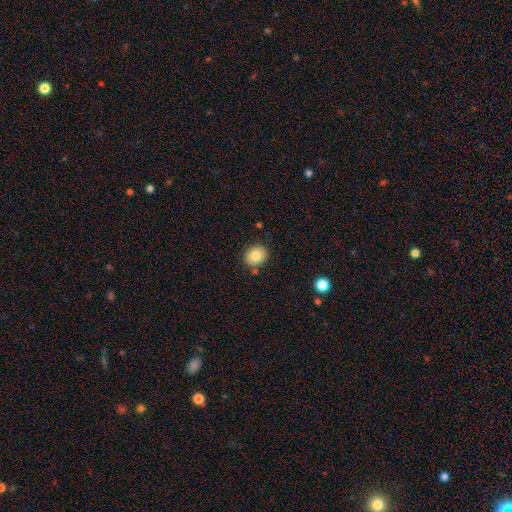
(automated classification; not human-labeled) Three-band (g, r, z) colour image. It shows a smooth galaxy with no disk features (82%) that is round (70%). Merging: none (84%).